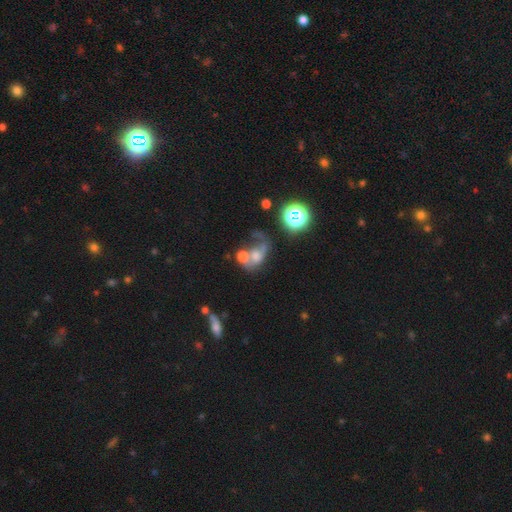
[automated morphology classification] featured or disk 47%, smooth 35%, star or artifact 18%. Down the decision tree: merging — merger (43%).